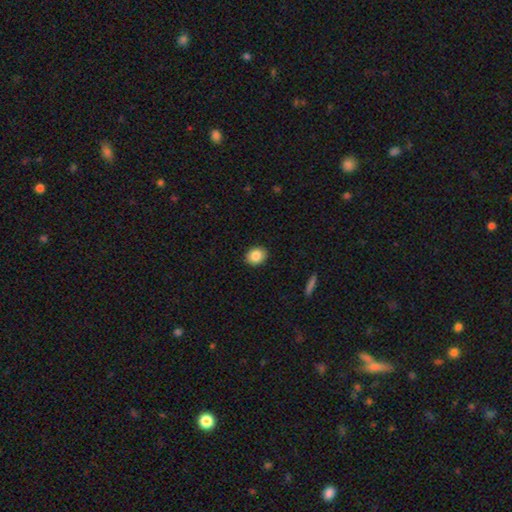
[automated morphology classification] Smooth or featured: smooth — 86% (star or artifact — 9%)
How rounded: round — 59% (in between — 40%)
Merging: none — 90% (minor disturbance — 7%)